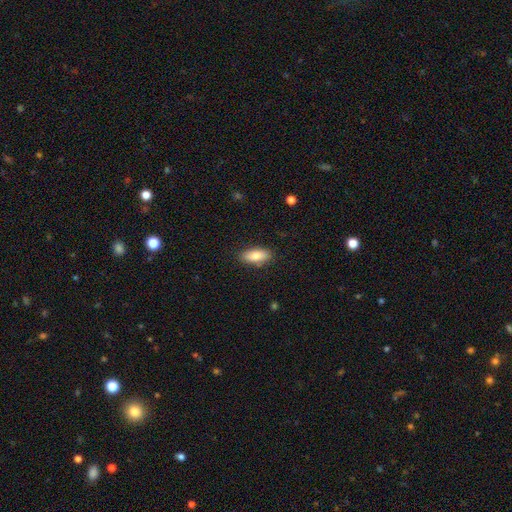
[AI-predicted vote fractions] The model was most divided on "smooth or featured": smooth: 82%, featured or disk: 12%, star or artifact: 7%. More confident: merging — none (85%); how rounded — in between (84%).